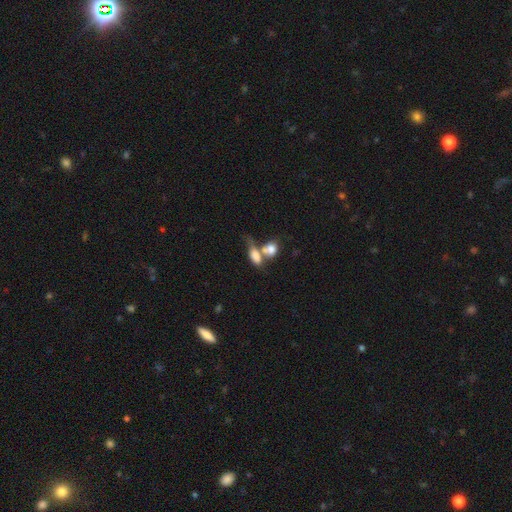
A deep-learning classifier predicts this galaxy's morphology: Overall: smooth (73%). How rounded: in between (77%). Merging: merger (61%).